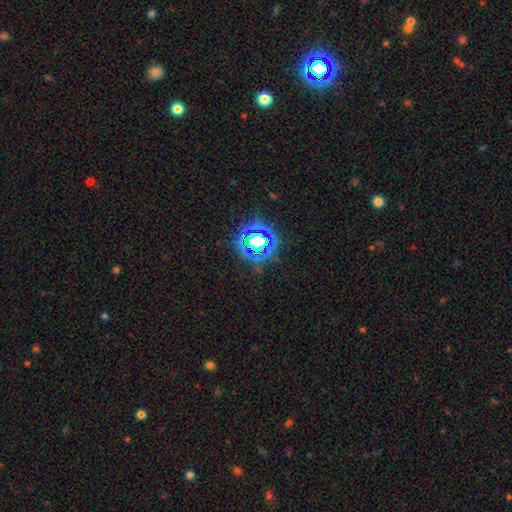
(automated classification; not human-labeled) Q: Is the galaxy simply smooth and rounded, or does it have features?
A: star or artifact — 79%.